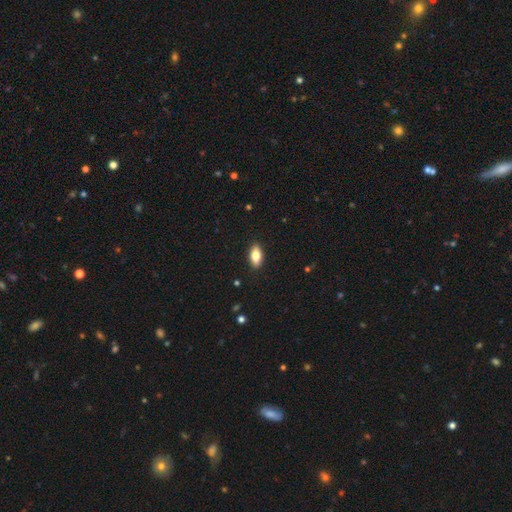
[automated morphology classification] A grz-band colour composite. It shows a smooth galaxy with no disk features (79%) that is in between round and cigar-shaped (88%). Merging: none (89%).